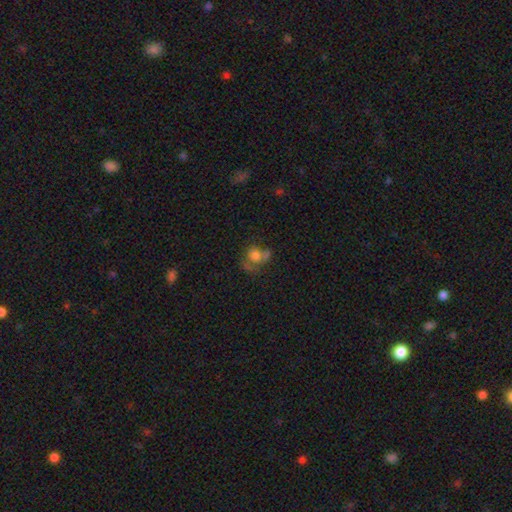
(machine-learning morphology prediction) A smooth galaxy with no disk features (66%) that is round (72%).

Vote fractions:
- Smooth or featured? smooth: 66% / featured or disk: 20% / star or artifact: 13%
- How rounded? round: 72% / in between: 27% / cigar-shaped: 1%
- Merging? none: 36% / merger: 28% / major disturbance: 19% / minor disturbance: 18%